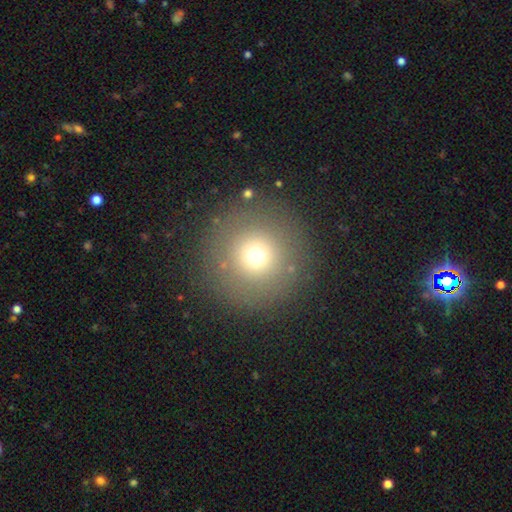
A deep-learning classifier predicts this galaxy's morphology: smooth 69%, star or artifact 19%, featured or disk 12%. Down the decision tree: how rounded — round (96%); merging — none (87%).